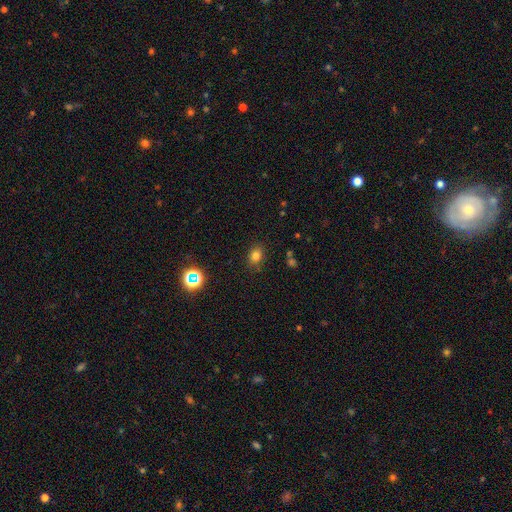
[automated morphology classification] The model was most divided on "how rounded": in between: 56%, round: 43%, cigar-shaped: 1%. More confident: merging — none (83%); smooth or featured — smooth (77%).